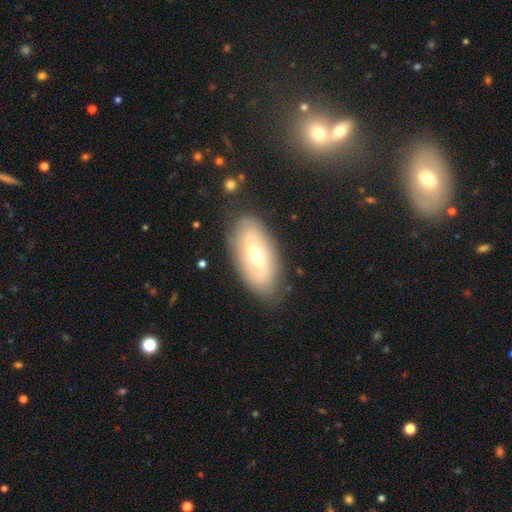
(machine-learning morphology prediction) A featured or disk galaxy (56%).

Vote fractions:
- Smooth or featured? featured or disk: 56% / smooth: 37% / star or artifact: 7%
- Edge-on disk? no: 87% / yes: 13%
- Merging? none: 83% / minor disturbance: 12% / major disturbance: 4% / merger: 2%